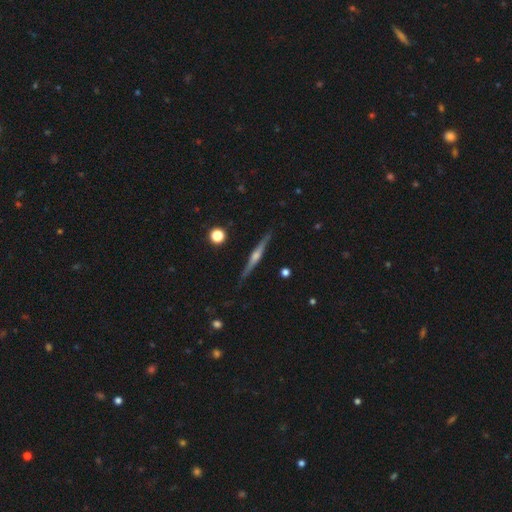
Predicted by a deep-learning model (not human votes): smooth_or_featured: featured or disk (p=0.78) [alt: smooth p=0.16]
disk_edge_on: yes (p=0.98) [alt: no p=0.02]
edge_on_bulge: rounded (p=0.84) [alt: boxy p=0.09]
merging: none (p=0.89) [alt: minor disturbance p=0.08]